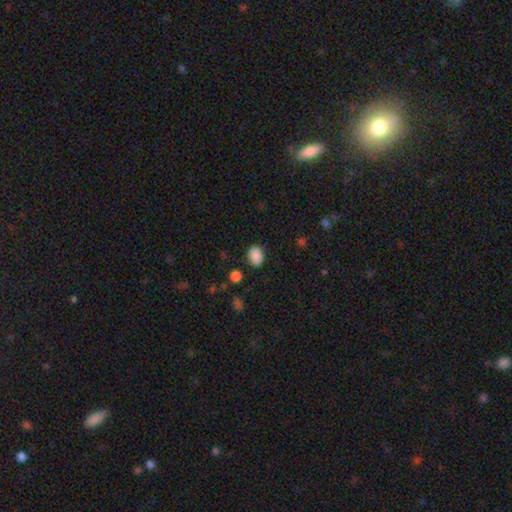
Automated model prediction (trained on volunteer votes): smooth 88%, star or artifact 8%, featured or disk 3%. Down the decision tree: how rounded — in between (73%); merging — none (81%).